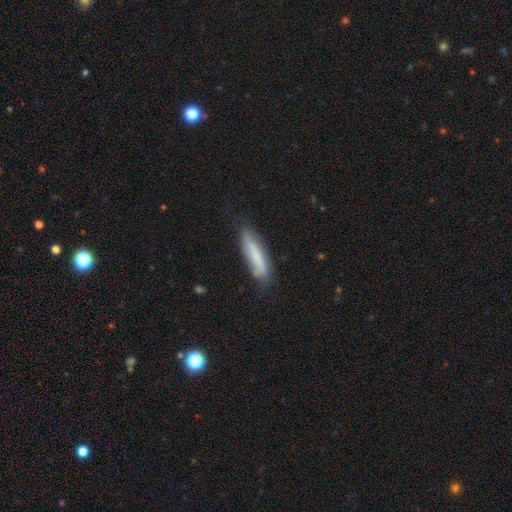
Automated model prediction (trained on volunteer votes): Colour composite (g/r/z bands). It shows a smooth galaxy with no disk features (65%) that is cigar-shaped (80%). Merging: none (74%).